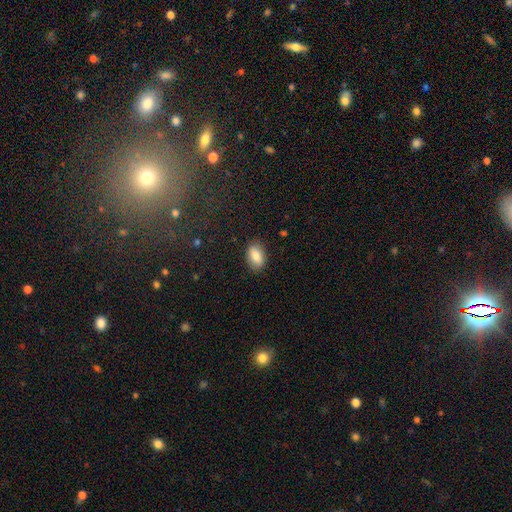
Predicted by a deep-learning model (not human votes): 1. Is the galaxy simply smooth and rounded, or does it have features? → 84% smooth, 9% featured or disk, 7% star or artifact.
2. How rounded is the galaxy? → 90% in between, 8% round, 2% cigar-shaped.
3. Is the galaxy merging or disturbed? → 86% none, 11% minor disturbance, 3% major disturbance, 1% merger.